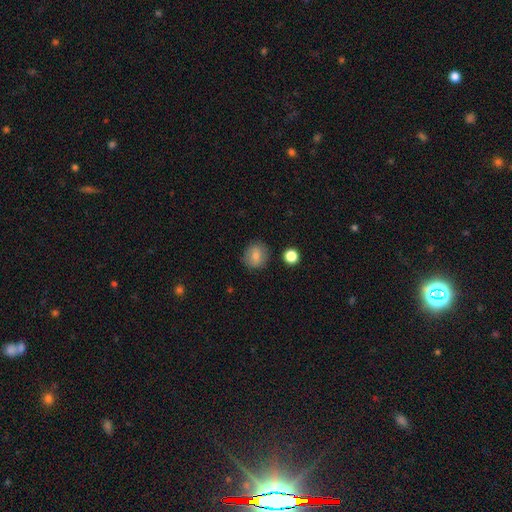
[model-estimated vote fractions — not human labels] Q: Smooth or featured?
A: smooth (81%); runner-up: featured or disk (10%)
Q: How rounded?
A: round (71%); runner-up: in between (28%)
Q: Merging?
A: none (84%); runner-up: minor disturbance (11%)